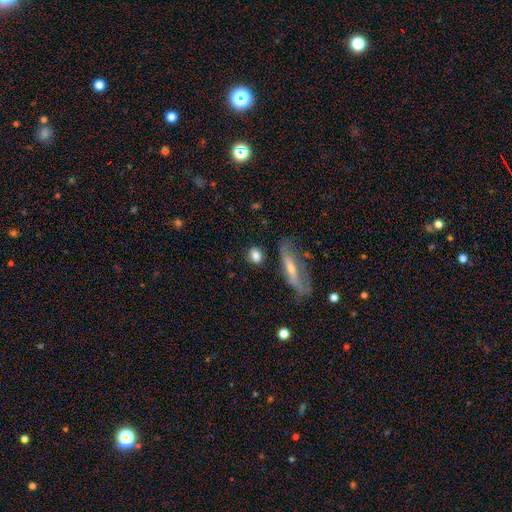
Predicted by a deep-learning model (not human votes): Smooth or featured? Predicted: smooth (p=0.80). How rounded? Predicted: round (p=0.55). Merging? Predicted: none (p=0.78).